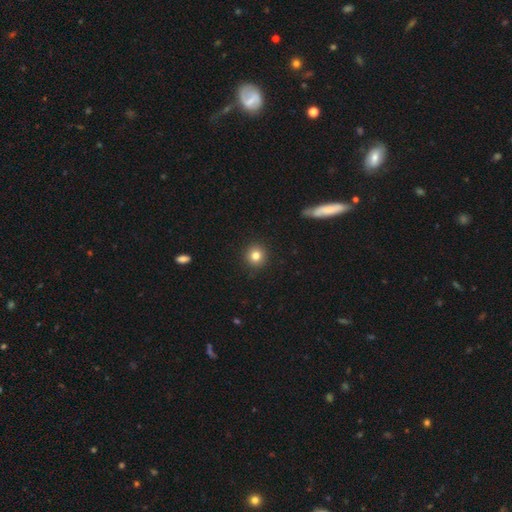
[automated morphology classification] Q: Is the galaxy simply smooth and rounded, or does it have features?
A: smooth — 82%.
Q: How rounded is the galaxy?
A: round — 93%.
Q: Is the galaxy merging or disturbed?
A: none — 91%.